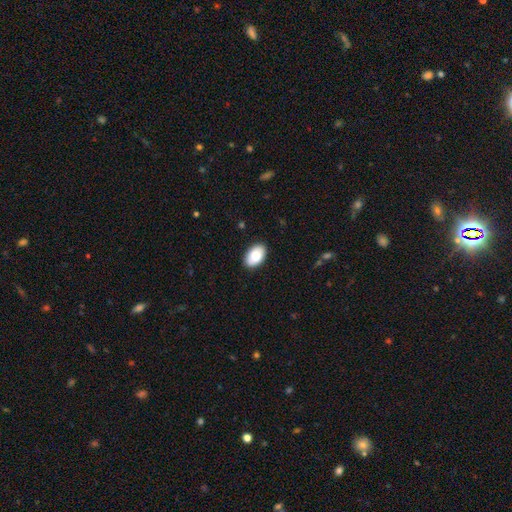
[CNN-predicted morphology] This is likely a smooth galaxy (78%). How rounded: clearly in between (91%). Merging: clearly none (89%).